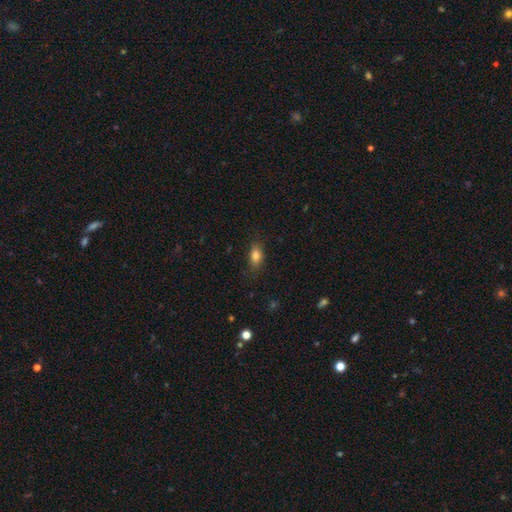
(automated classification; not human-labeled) Smooth or featured? Predicted: smooth (p=0.81). How rounded? Predicted: in between (p=0.83). Merging? Predicted: none (p=0.79).